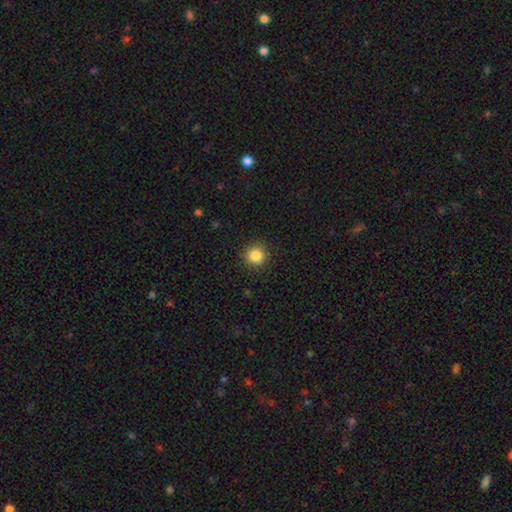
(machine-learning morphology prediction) A smooth galaxy with no disk features (85%) that is round (95%). Merging: none (91%).